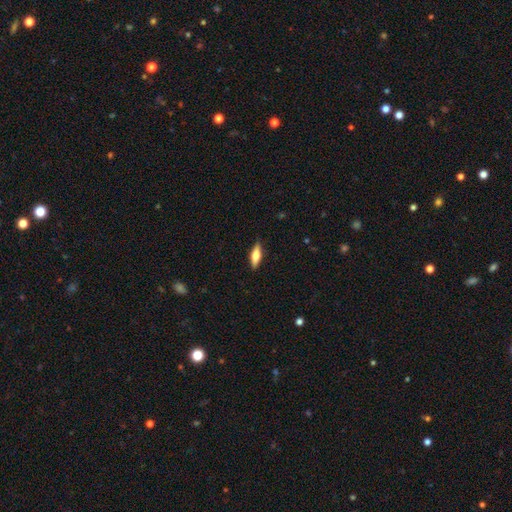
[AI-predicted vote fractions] A smooth galaxy with no disk features (54%) that is in between round and cigar-shaped (52%).

Vote fractions:
- Smooth or featured? smooth: 54% / featured or disk: 40% / star or artifact: 6%
- How rounded? in between: 52% / cigar-shaped: 45% / round: 3%
- Merging? none: 87% / minor disturbance: 10% / major disturbance: 2% / merger: 1%